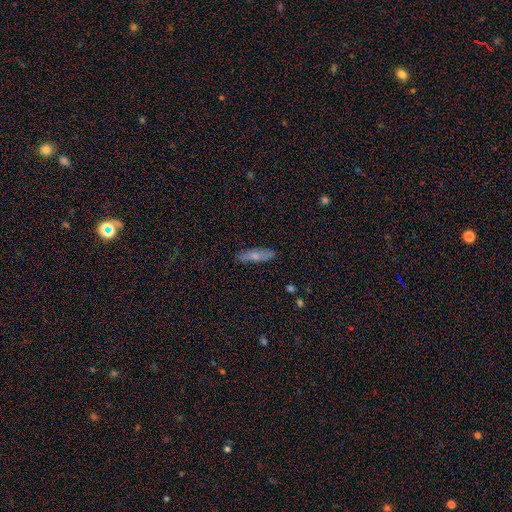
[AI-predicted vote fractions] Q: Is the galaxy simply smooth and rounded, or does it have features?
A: smooth — 70%.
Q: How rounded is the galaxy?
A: cigar-shaped — 70%.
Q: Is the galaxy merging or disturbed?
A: none — 86%.